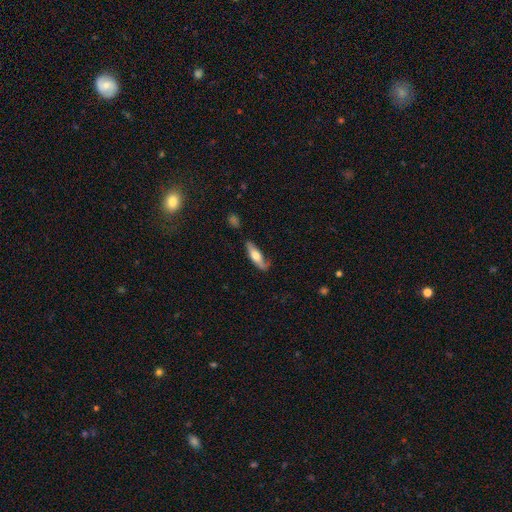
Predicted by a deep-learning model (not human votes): A smooth galaxy with no disk features (57%) that is cigar-shaped (56%). Merging: none (66%).